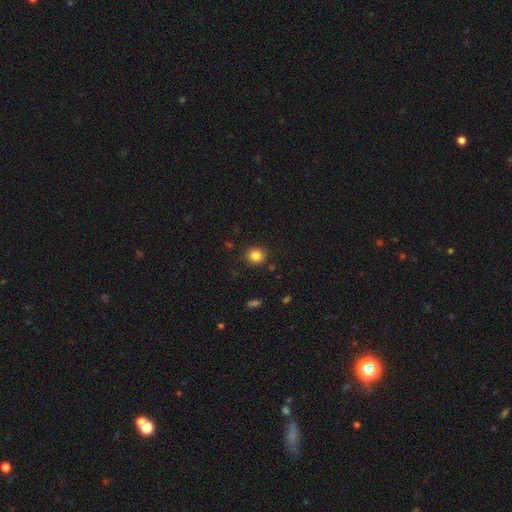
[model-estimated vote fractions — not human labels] smooth-or-featured: smooth: 84% | star or artifact: 11% | featured or disk: 5%
  how-rounded: round: 79% | in between: 20% | cigar-shaped: 1%
  merging: none: 88% | minor disturbance: 8% | major disturbance: 2% | merger: 2%